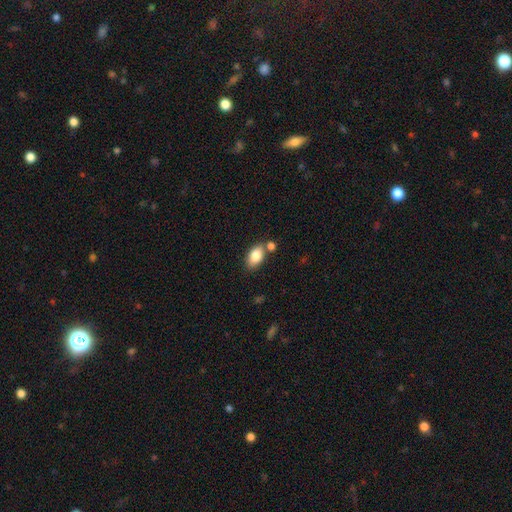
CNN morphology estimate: This appears to be a smooth galaxy with no disk features (84%) that is in between round and cigar-shaped (90%). Merging: none (65%).